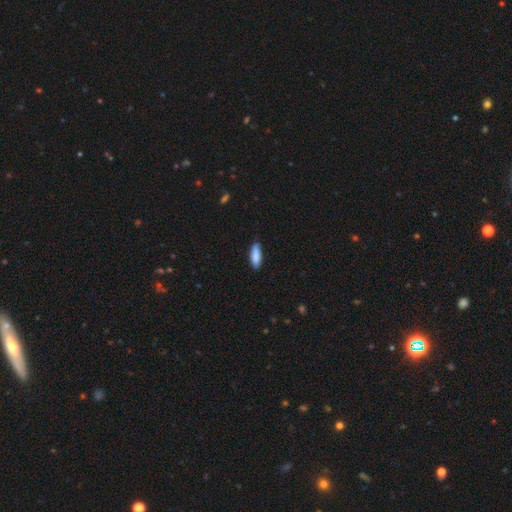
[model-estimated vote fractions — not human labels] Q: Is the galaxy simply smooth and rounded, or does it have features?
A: smooth — 86%.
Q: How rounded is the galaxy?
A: in between — 50%.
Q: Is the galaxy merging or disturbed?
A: none — 84%.